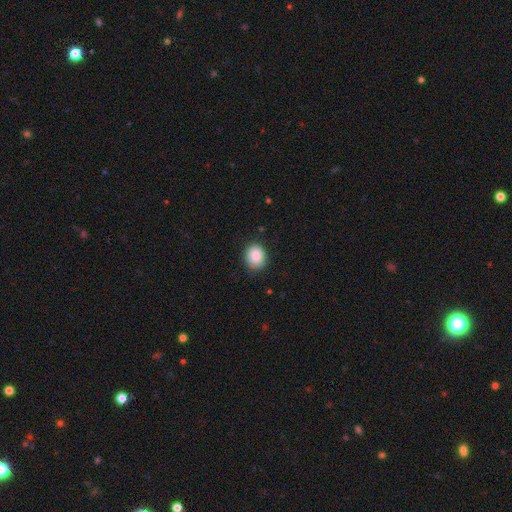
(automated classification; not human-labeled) smooth_or_featured: smooth (p=0.87) [alt: star or artifact p=0.08]
how_rounded: round (p=0.64) [alt: in between p=0.35]
merging: none (p=0.83) [alt: minor disturbance p=0.13]